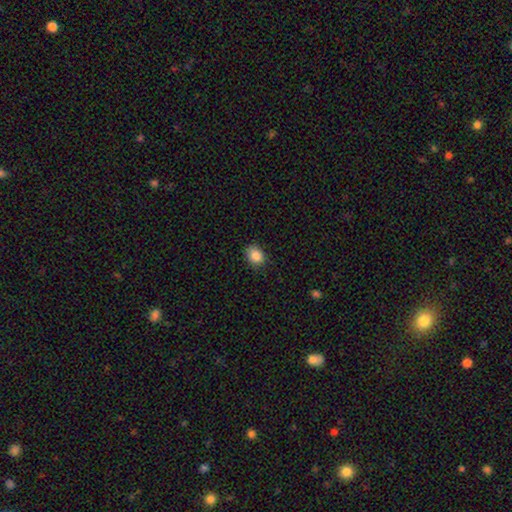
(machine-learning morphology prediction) Overall: smooth (86%). How rounded: in between (51%; round 49%). Merging: none (85%).